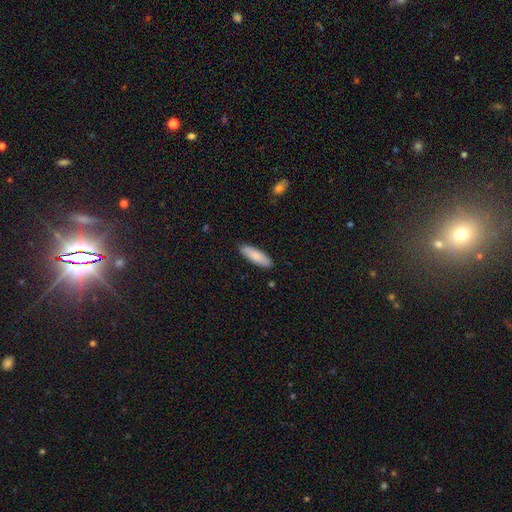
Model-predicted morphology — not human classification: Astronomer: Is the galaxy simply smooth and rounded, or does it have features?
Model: smooth — 83%.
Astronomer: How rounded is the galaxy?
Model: cigar-shaped — 51% (runner-up: in between, 48%).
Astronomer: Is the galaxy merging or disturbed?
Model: none — 89%.